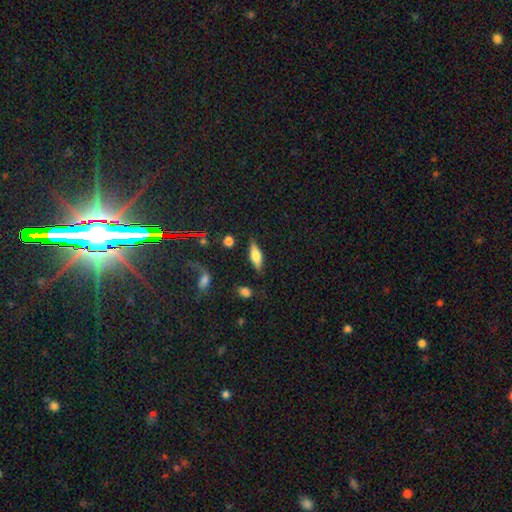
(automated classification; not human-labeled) Overall: smooth (55%; featured or disk 37%). How rounded: in between (58%; cigar-shaped 39%). Merging: none (79%).